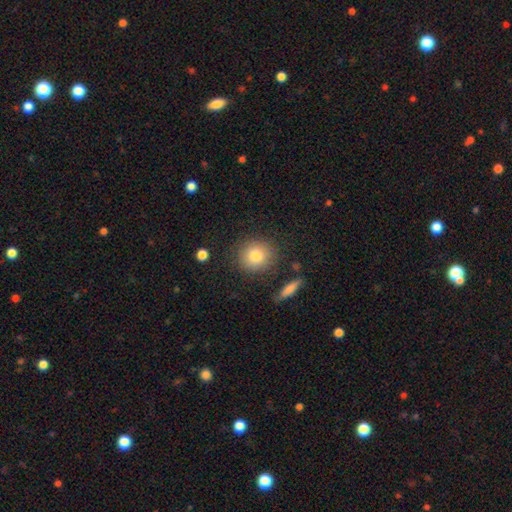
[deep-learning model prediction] Smooth or featured? smooth (83%)
How rounded? round (84%)
Merging? none (84%)